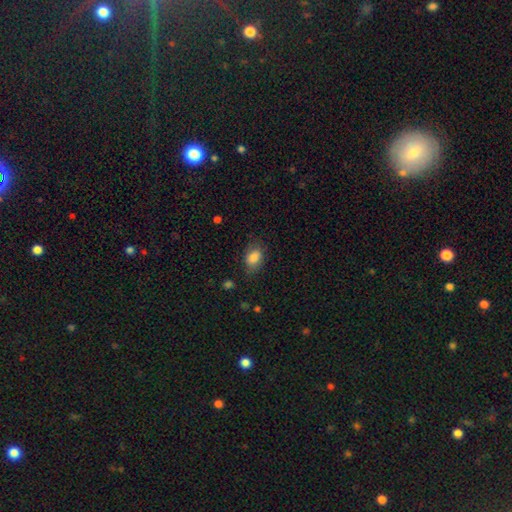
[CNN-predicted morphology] smooth_or_featured: smooth (p=0.83) [alt: star or artifact p=0.09]
how_rounded: in between (p=0.81) [alt: round p=0.17]
merging: none (p=0.76) [alt: minor disturbance p=0.18]